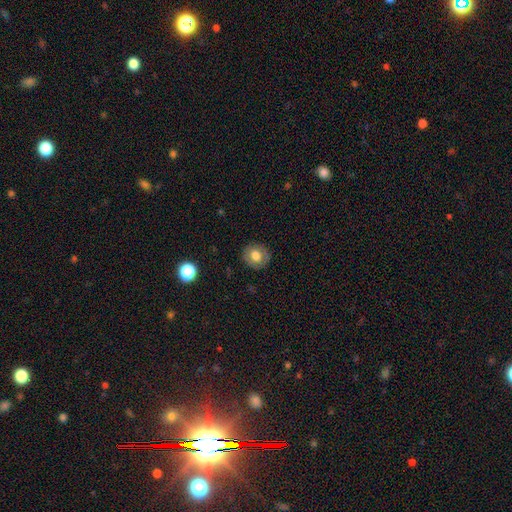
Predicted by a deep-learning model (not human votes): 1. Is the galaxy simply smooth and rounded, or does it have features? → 71% smooth, 20% featured or disk, 9% star or artifact.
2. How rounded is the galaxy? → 81% round, 18% in between, 1% cigar-shaped.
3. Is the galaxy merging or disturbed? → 87% none, 9% minor disturbance, 2% major disturbance, 1% merger.